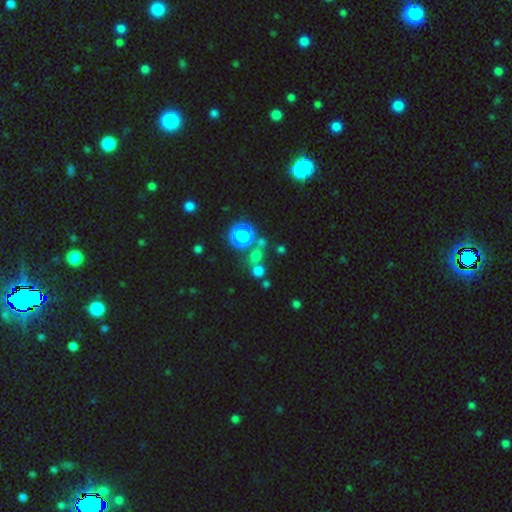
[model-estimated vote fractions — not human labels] The model was most divided on "merging": none: 59%, merger: 26%, minor disturbance: 9%, major disturbance: 6%. More confident: how rounded — round (84%); smooth or featured — smooth (63%).